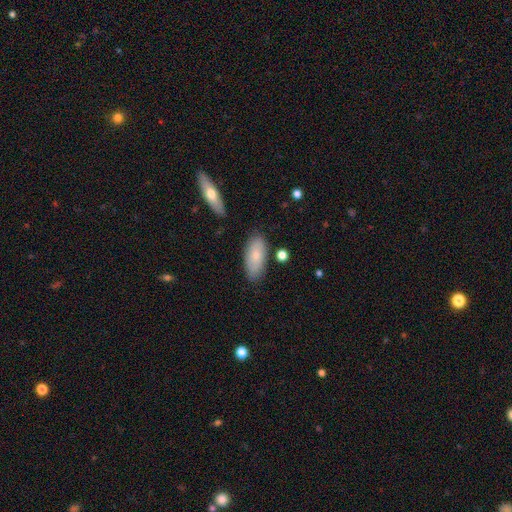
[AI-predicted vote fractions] smooth_or_featured: smooth (p=0.74) [alt: featured or disk p=0.19]
how_rounded: in between (p=0.88) [alt: cigar-shaped p=0.10]
merging: none (p=0.79) [alt: minor disturbance p=0.15]